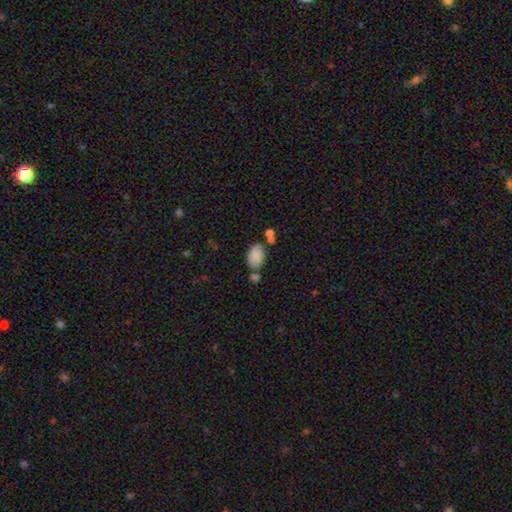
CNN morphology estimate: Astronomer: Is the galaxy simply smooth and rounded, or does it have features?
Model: smooth — 86%.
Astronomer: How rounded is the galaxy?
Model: in between — 93%.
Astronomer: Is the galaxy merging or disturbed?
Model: none — 62%.